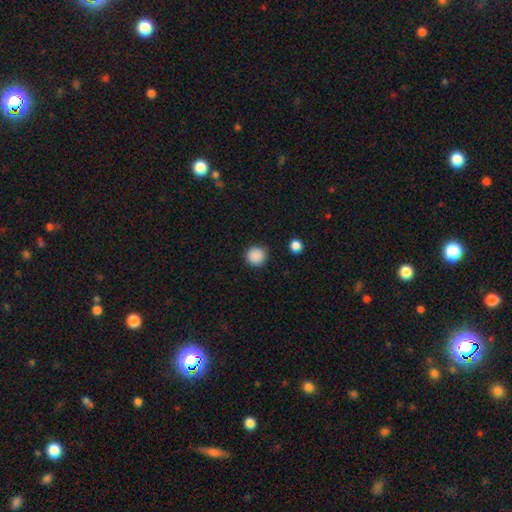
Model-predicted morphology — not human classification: A smooth galaxy with no disk features (88%) that is round (95%). Merging: none (90%).